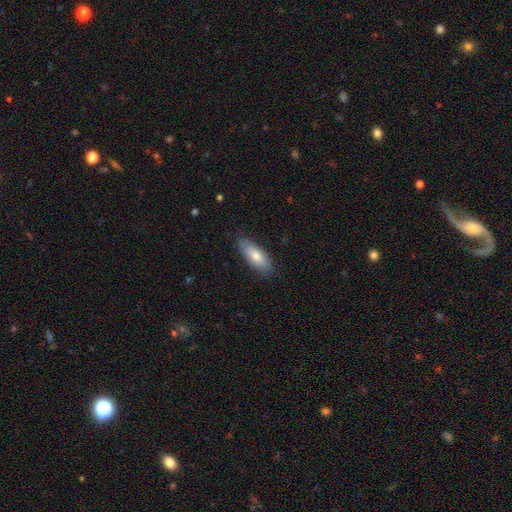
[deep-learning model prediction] Smooth or featured?
  - smooth: 71% *
  - featured or disk: 21%
  - star or artifact: 7%
How rounded?
  - in between: 65% *
  - cigar-shaped: 33%
  - round: 2%
Merging?
  - none: 84% *
  - minor disturbance: 12%
  - major disturbance: 2%
  - merger: 1%